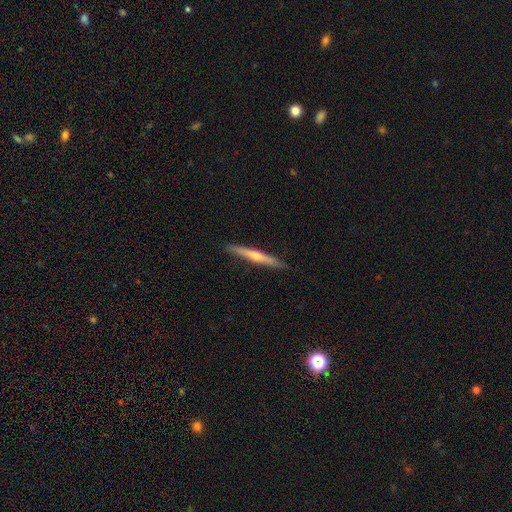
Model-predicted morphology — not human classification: type=featured or disk (58%); edge-on=yes (97%); edge-on bulge=rounded (77%); merging=none (90%).